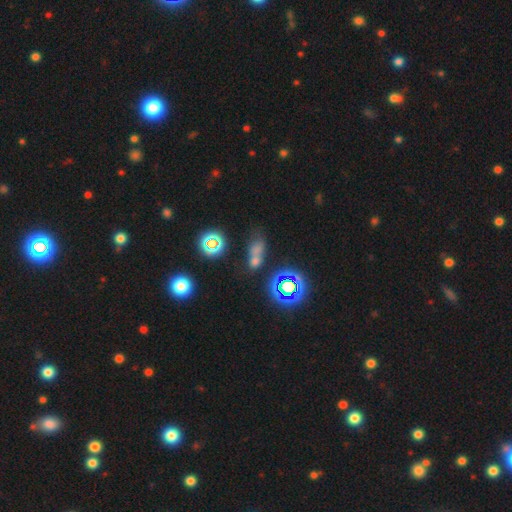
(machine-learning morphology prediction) A smooth galaxy with no disk features (50%) that is in between round and cigar-shaped (57%).

Vote fractions:
- Smooth or featured? smooth: 50% / star or artifact: 35% / featured or disk: 15%
- How rounded? in between: 57% / round: 33% / cigar-shaped: 10%
- Merging? merger: 41% / none: 35% / minor disturbance: 13% / major disturbance: 10%